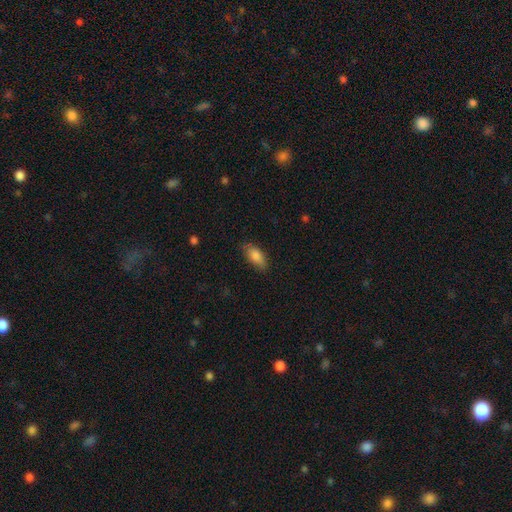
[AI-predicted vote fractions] Overall: smooth (85%). How rounded: in between (87%). Merging: none (75%).